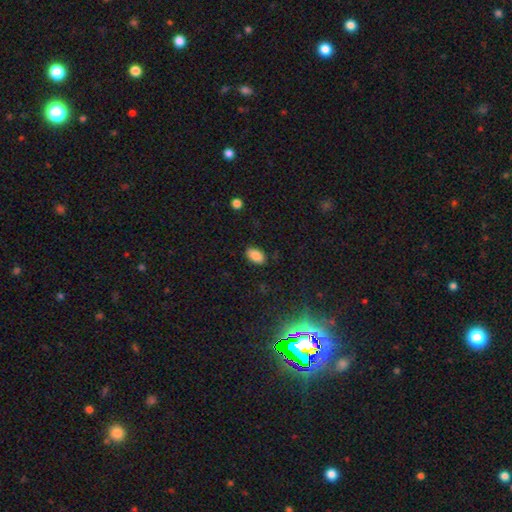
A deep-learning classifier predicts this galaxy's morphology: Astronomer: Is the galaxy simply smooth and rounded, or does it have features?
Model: smooth — 85%.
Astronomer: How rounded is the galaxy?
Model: in between — 92%.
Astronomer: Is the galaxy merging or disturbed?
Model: none — 86%.